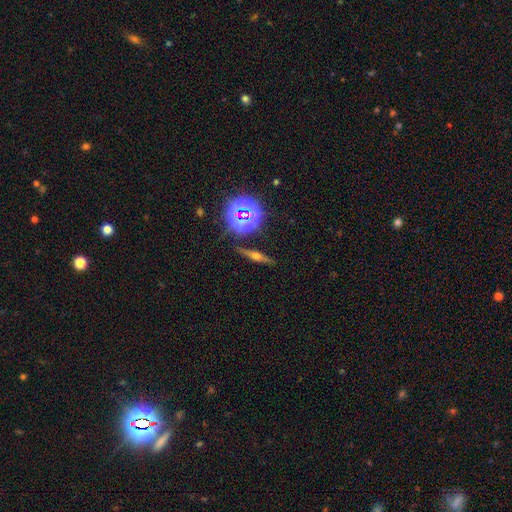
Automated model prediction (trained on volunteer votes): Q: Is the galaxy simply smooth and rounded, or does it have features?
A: featured or disk — 56%.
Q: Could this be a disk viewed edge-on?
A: yes — 93%.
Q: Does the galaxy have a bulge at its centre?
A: rounded — 89%.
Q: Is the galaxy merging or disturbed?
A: none — 85%.